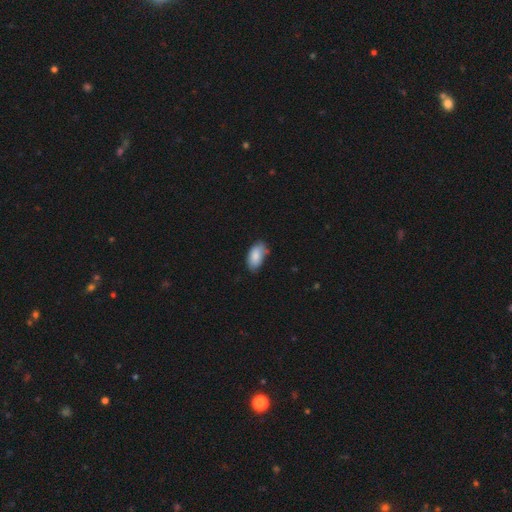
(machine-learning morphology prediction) Overall: smooth (85%). How rounded: in between (94%). Merging: none (61%; minor disturbance 32%).